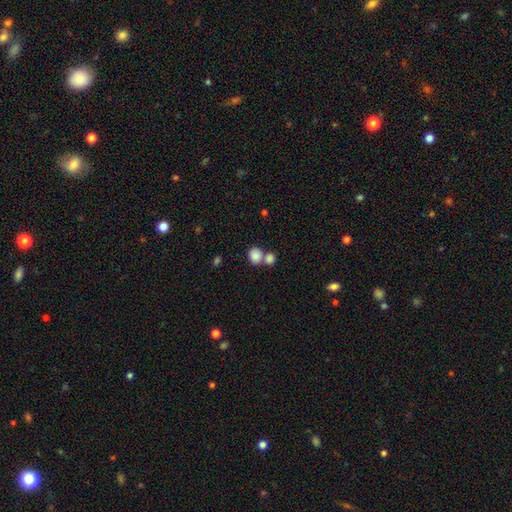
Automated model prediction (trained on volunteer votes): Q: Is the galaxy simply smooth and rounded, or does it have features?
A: smooth — 85%.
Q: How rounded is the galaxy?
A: round — 74%.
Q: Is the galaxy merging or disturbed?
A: merger — 49%.